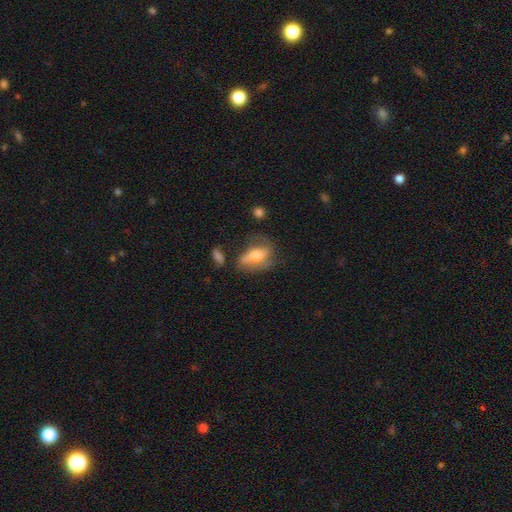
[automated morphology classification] This appears to be a smooth galaxy with no disk features (51%) that is in between round and cigar-shaped (78%). Merging: none (45%).